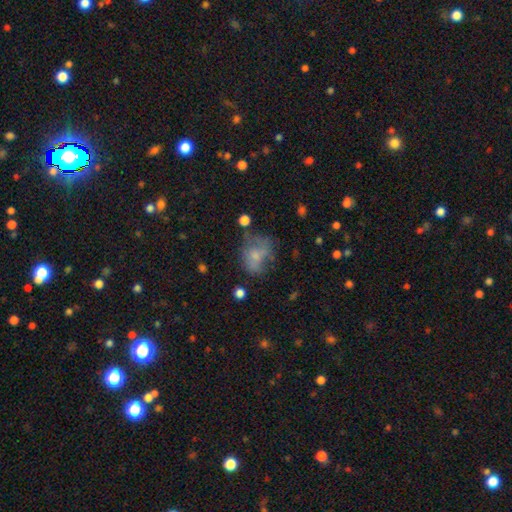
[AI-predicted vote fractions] A smooth galaxy with no disk features (57%) that is in between round and cigar-shaped (53%). Merging: none (39%).